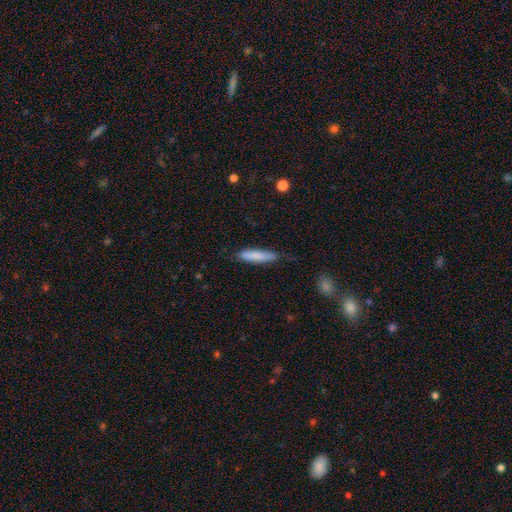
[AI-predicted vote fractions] The model was most divided on "how rounded": cigar-shaped: 82%, in between: 17%, round: 1%. More confident: smooth or featured — smooth (82%); merging — none (81%).